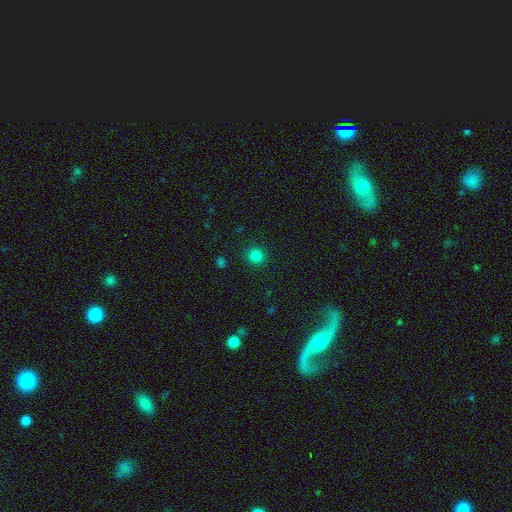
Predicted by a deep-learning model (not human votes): Morphology: type=smooth (83%); roundness=round (91%); merging=none (91%).